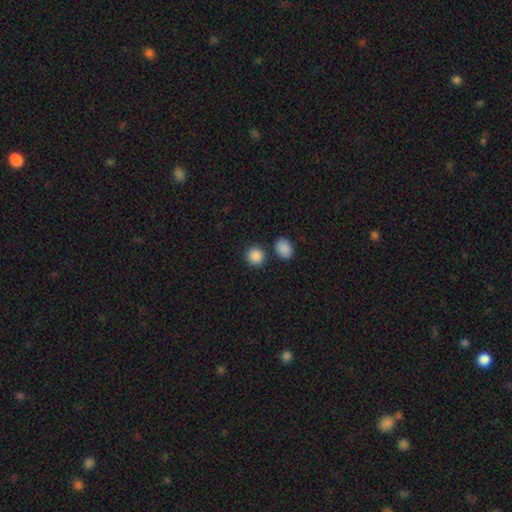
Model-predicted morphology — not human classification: Smooth or featured?
  - smooth: 88% *
  - star or artifact: 9%
  - featured or disk: 3%
How rounded?
  - round: 85% *
  - in between: 14%
  - cigar-shaped: 1%
Merging?
  - none: 82% *
  - merger: 8%
  - minor disturbance: 7%
  - major disturbance: 3%